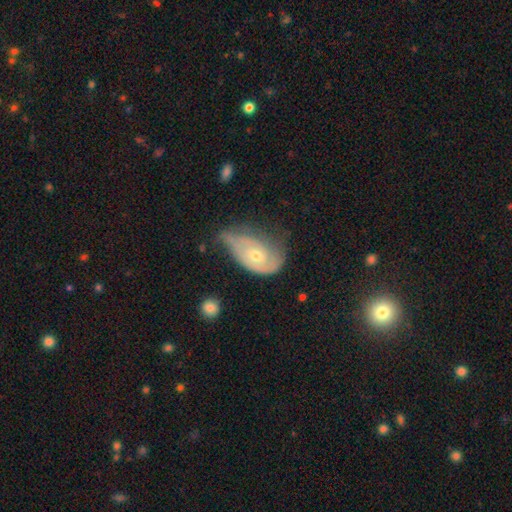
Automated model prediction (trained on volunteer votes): A featured or disk galaxy (61%) with no bar (79%), spiral arms (71%) and a moderate central bulge (50%).

Vote fractions:
- Smooth or featured? featured or disk: 61% / smooth: 33% / star or artifact: 7%
- Edge-on disk? no: 93% / yes: 7%
- Bar? no: 79% / weak: 17% / strong: 3%
- Spiral arms? yes: 71% / no: 29%
- Bulge size? moderate: 50% / small: 46% / large: 2% / none: 1% / dominant: 1%
- Merging? minor disturbance: 39% / major disturbance: 30% / none: 27% / merger: 3%